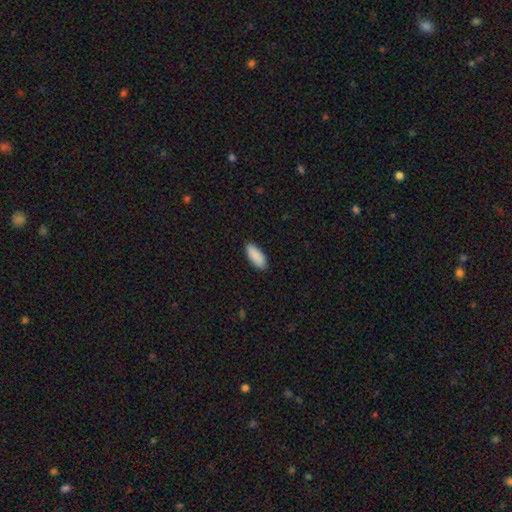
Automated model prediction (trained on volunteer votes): Q: Smooth or featured?
A: smooth (90%); runner-up: star or artifact (5%)
Q: How rounded?
A: in between (79%); runner-up: cigar-shaped (19%)
Q: Merging?
A: none (89%); runner-up: minor disturbance (8%)